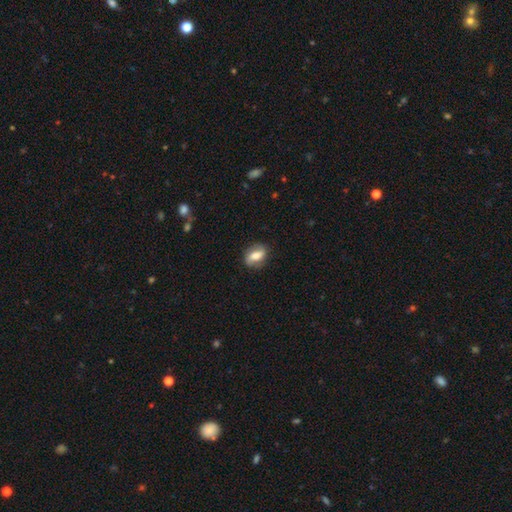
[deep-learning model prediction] Overall: smooth (48%; featured or disk 44%). Merging: none (80%).